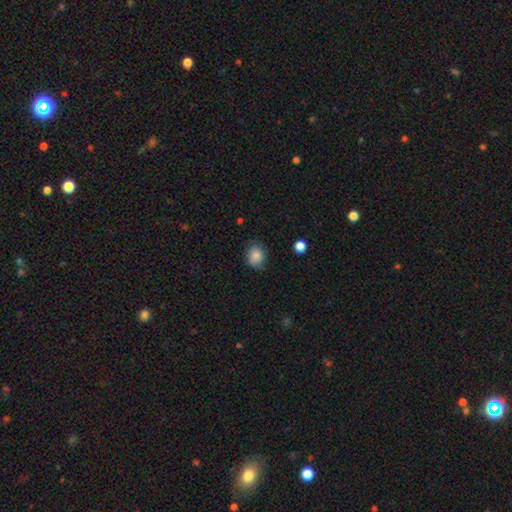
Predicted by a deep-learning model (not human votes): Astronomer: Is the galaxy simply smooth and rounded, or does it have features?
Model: smooth — 86%.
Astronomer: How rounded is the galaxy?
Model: round — 52% (runner-up: in between, 47%).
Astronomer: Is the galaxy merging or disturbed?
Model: none — 77%.